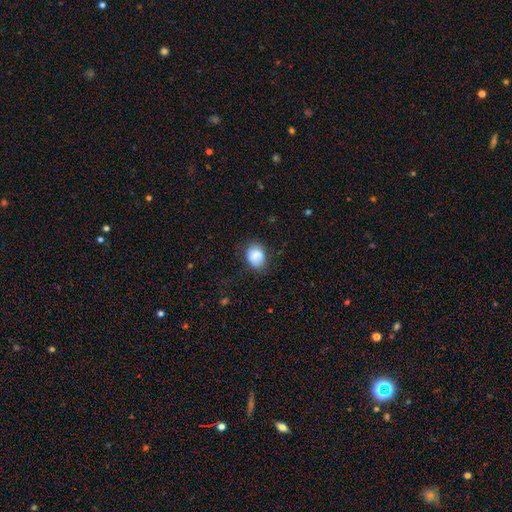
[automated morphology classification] Smooth or featured: smooth — 84% (star or artifact — 8%)
How rounded: in between — 50% (round — 49%)
Merging: none — 72% (minor disturbance — 20%)